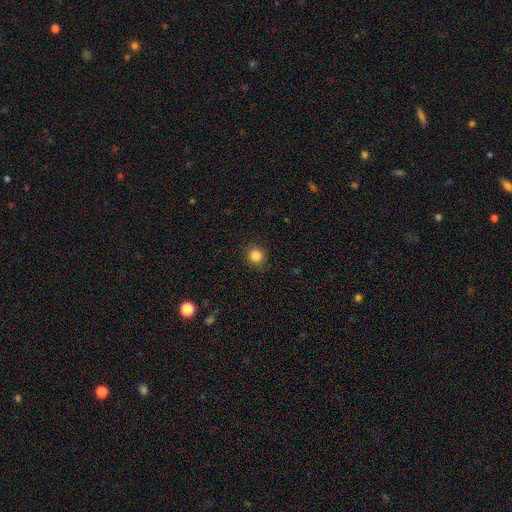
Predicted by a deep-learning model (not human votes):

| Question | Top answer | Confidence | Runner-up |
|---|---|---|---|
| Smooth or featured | smooth | 84% | star or artifact (11%) |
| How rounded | round | 90% | in between (9%) |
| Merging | none | 88% | minor disturbance (8%) |